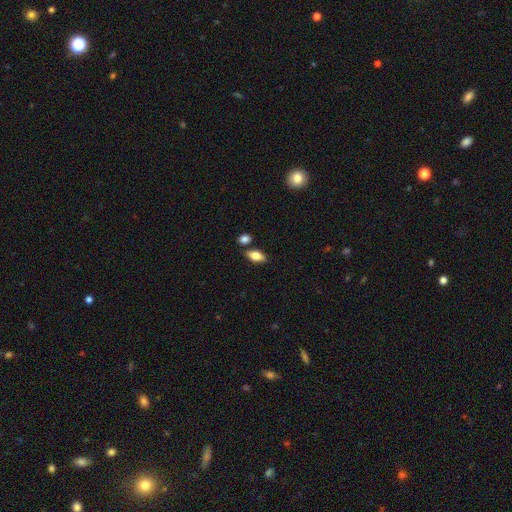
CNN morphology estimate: Q: Smooth or featured?
A: smooth (79%); runner-up: featured or disk (13%)
Q: How rounded?
A: in between (88%); runner-up: cigar-shaped (7%)
Q: Merging?
A: none (76%); runner-up: minor disturbance (11%)